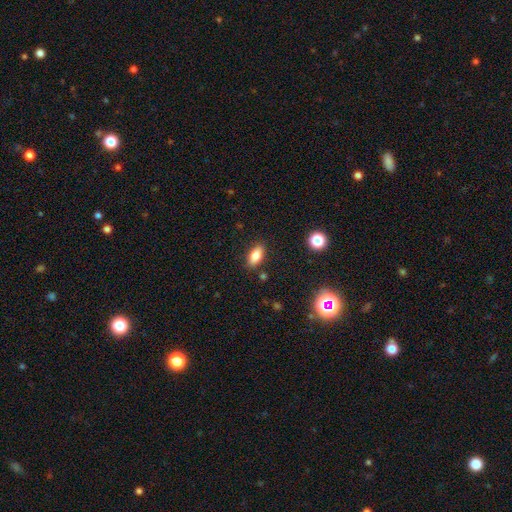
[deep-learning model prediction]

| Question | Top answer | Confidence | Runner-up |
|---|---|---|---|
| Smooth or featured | smooth | 79% | featured or disk (12%) |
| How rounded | in between | 86% | cigar-shaped (10%) |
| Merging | none | 87% | minor disturbance (9%) |